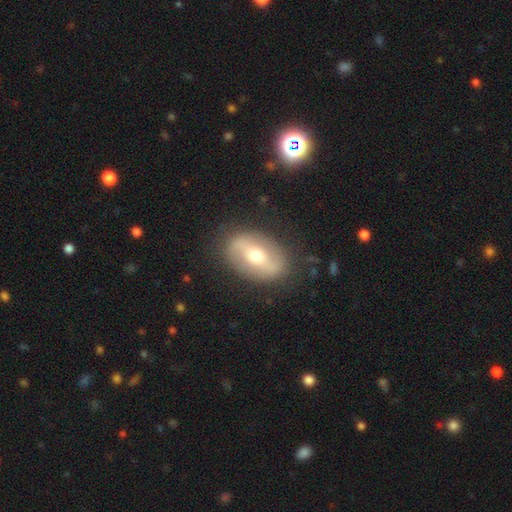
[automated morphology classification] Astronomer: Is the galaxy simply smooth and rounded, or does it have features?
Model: featured or disk — 58% (runner-up: smooth, 35%).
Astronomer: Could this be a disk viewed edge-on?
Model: no — 90%.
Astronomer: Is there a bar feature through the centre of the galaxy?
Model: strong — 43% (runner-up: weak, 32%).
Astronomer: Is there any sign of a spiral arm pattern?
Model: no — 57% (runner-up: yes, 43%).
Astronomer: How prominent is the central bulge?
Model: moderate — 69%.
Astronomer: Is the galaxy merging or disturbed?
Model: none — 83%.